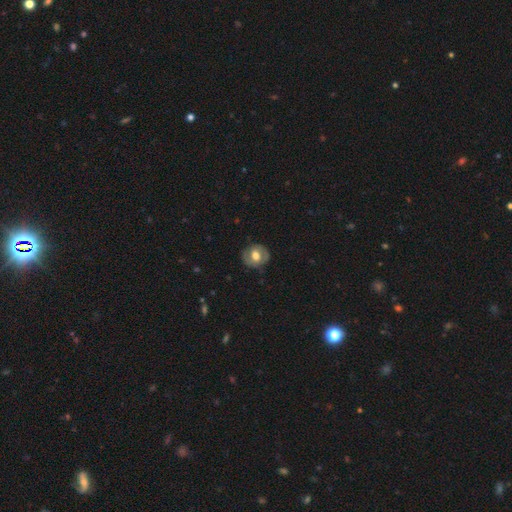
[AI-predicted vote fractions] Q: Smooth or featured?
A: smooth (48%); runner-up: featured or disk (46%)
Q: Merging?
A: none (81%); runner-up: minor disturbance (13%)